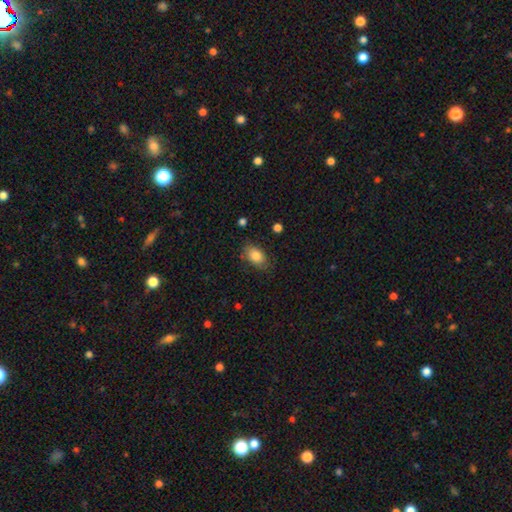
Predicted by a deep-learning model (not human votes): Smooth or featured: smooth — 82% (featured or disk — 11%)
How rounded: in between — 87% (round — 11%)
Merging: none — 75% (minor disturbance — 19%)